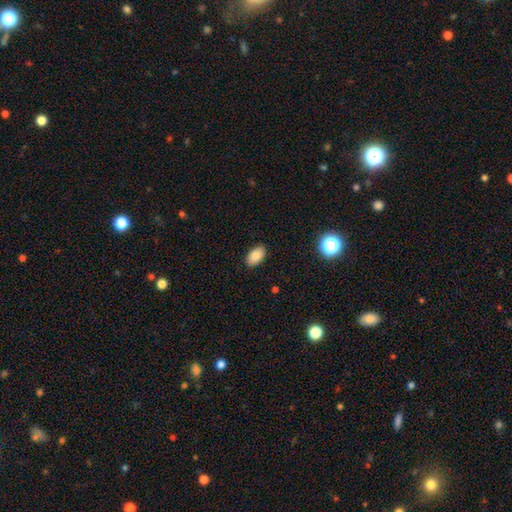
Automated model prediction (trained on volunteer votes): This appears to be a smooth galaxy with no disk features (85%) that is in between round and cigar-shaped (93%). Merging: none (88%).